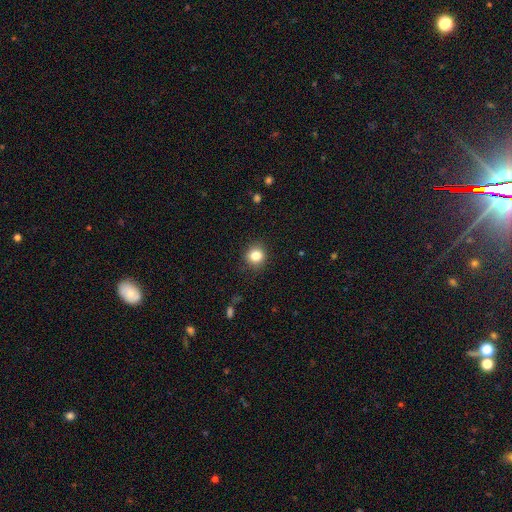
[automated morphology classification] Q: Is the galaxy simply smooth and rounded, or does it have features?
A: smooth — 83%.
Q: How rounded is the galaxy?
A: round — 85%.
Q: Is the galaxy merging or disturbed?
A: none — 88%.